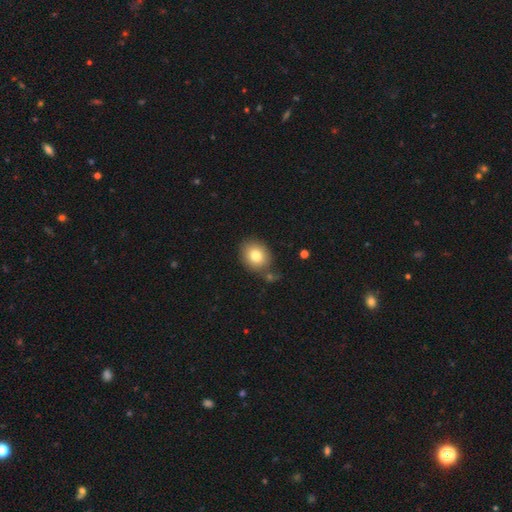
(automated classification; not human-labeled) Q: Smooth or featured?
A: smooth (80%); runner-up: featured or disk (10%)
Q: How rounded?
A: round (58%); runner-up: in between (41%)
Q: Merging?
A: none (72%); runner-up: minor disturbance (15%)